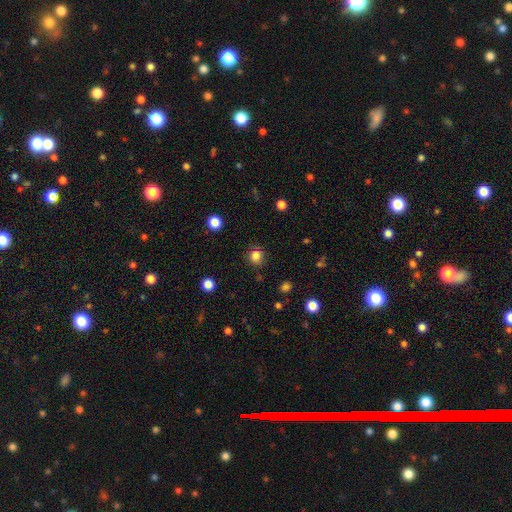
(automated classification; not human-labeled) smooth-or-featured: smooth: 82% | star or artifact: 13% | featured or disk: 5%
  how-rounded: round: 91% | in between: 8% | cigar-shaped: 1%
  merging: none: 87% | minor disturbance: 8% | major disturbance: 3% | merger: 2%